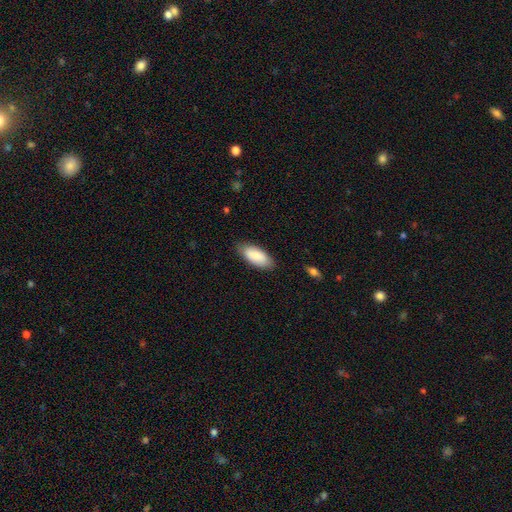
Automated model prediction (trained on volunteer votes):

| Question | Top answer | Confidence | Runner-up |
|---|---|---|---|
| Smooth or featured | smooth | 88% | featured or disk (7%) |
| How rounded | in between | 88% | cigar-shaped (10%) |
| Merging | none | 83% | minor disturbance (13%) |